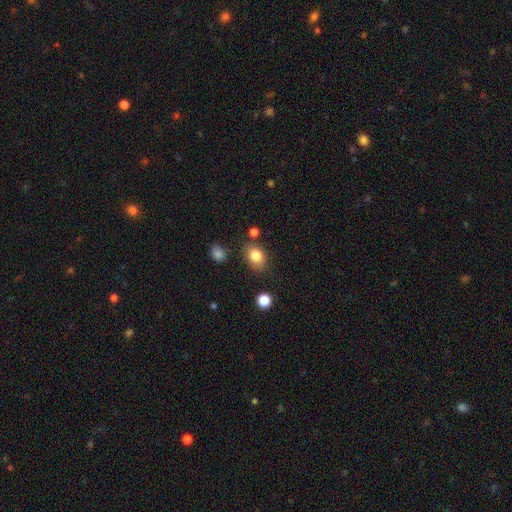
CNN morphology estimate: Overall: smooth (83%). How rounded: in between (65%; round 34%). Merging: none (77%).